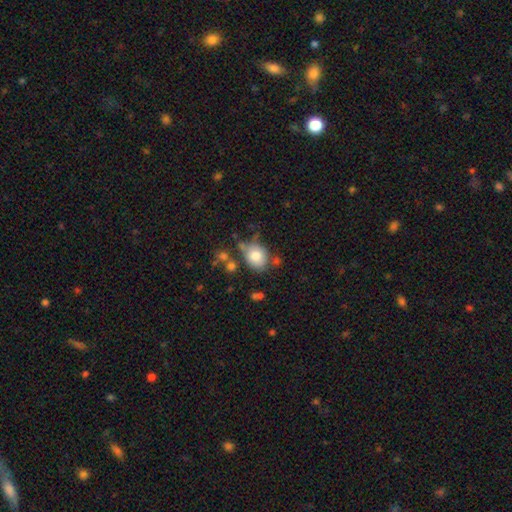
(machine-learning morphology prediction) Smooth or featured? Predicted: smooth (p=0.78). How rounded? Predicted: round (p=0.54). Merging? Predicted: none (p=0.56).